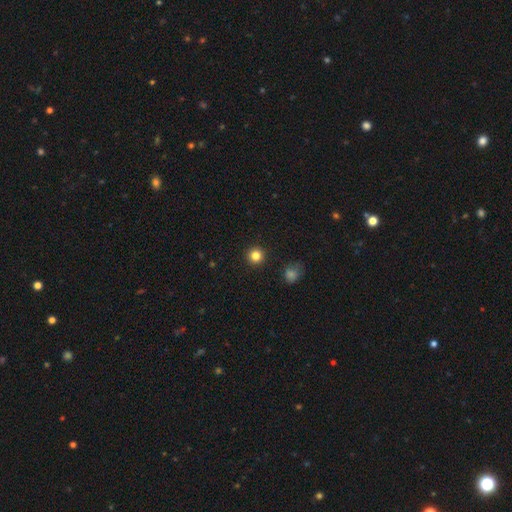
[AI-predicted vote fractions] Smooth or featured? Predicted: smooth (p=0.83). How rounded? Predicted: round (p=0.95). Merging? Predicted: none (p=0.93).